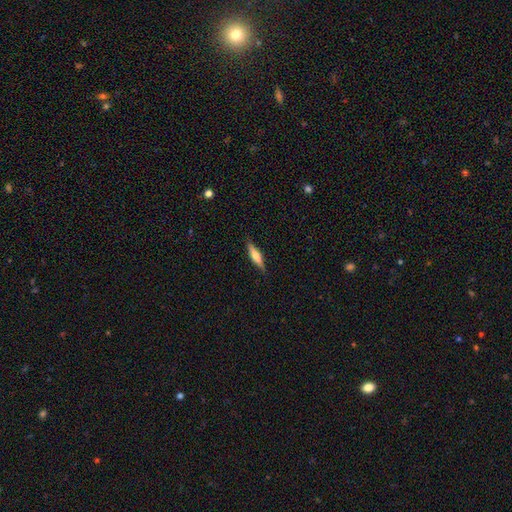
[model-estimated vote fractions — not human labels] A featured or disk galaxy (51%) viewed edge-on (95%). Merging: none (88%).